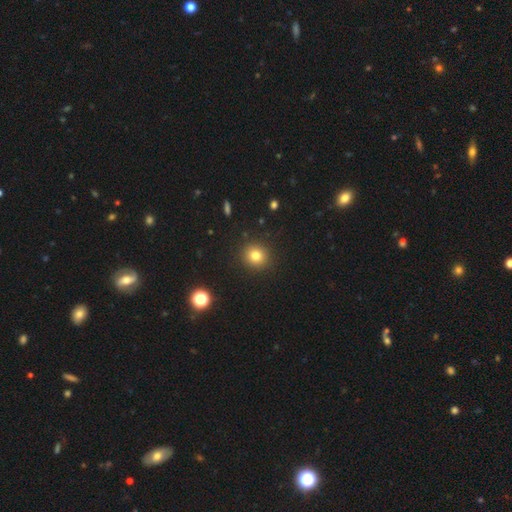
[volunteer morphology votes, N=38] A smooth galaxy with no disk features (84%) that is round (88%). Merging: none (89%).